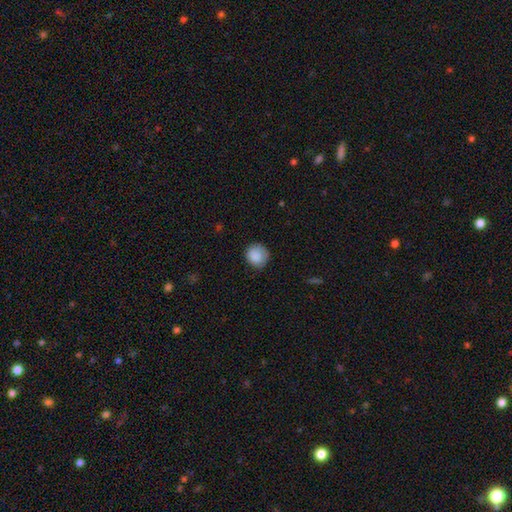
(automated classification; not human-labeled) The model was most divided on "merging": none: 79%, minor disturbance: 17%, major disturbance: 3%, merger: 1%. More confident: how rounded — round (89%); smooth or featured — smooth (88%).